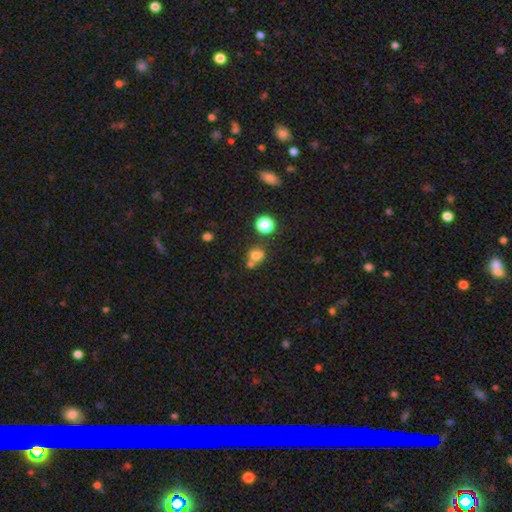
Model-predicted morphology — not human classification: Smooth or featured?
  - smooth: 69% *
  - star or artifact: 19%
  - featured or disk: 12%
How rounded?
  - round: 63% *
  - in between: 36%
  - cigar-shaped: 1%
Merging?
  - none: 44% *
  - merger: 40%
  - minor disturbance: 11%
  - major disturbance: 5%